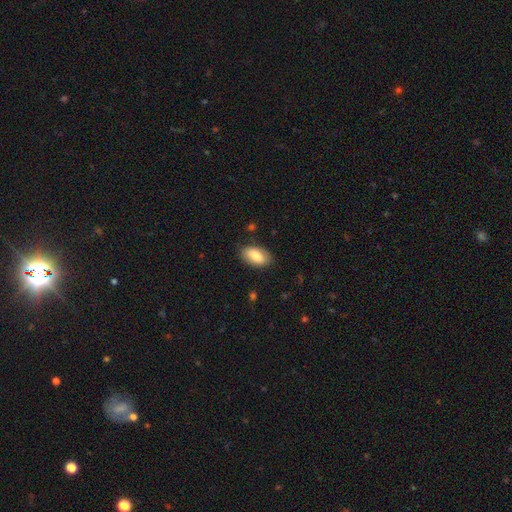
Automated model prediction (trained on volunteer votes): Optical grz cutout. It shows a smooth galaxy with no disk features (80%) that is in between round and cigar-shaped (93%). Merging: none (83%).